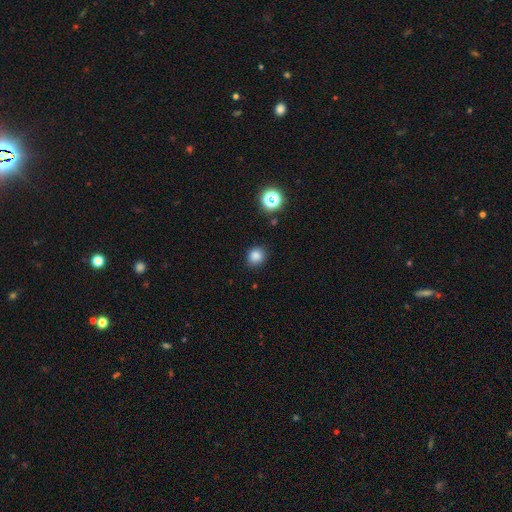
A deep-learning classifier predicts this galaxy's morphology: A smooth galaxy with no disk features (82%) that is round (81%).

Vote fractions:
- Smooth or featured? smooth: 82% / star or artifact: 14% / featured or disk: 4%
- How rounded? round: 81% / in between: 18% / cigar-shaped: 1%
- Merging? none: 86% / minor disturbance: 10% / major disturbance: 3% / merger: 1%